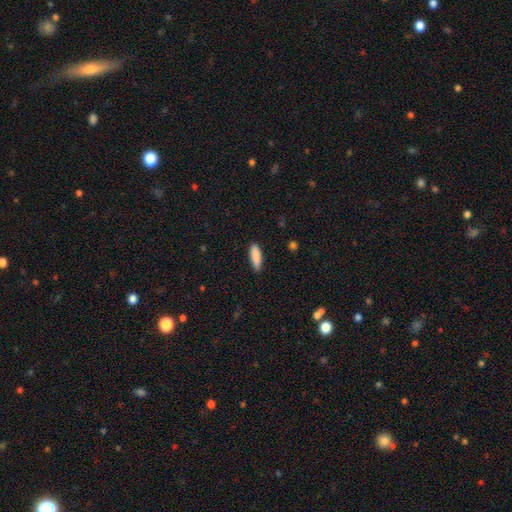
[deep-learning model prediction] Overall: smooth (88%). How rounded: cigar-shaped (53%; in between 46%). Merging: none (86%).